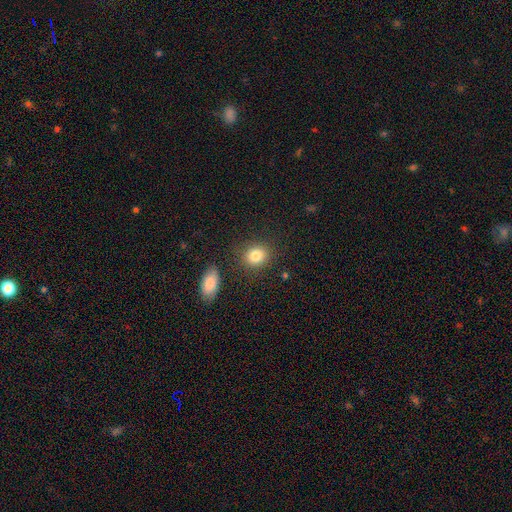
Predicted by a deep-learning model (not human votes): This appears to be a smooth galaxy with no disk features (84%) that is round (57%). Merging: none (81%).